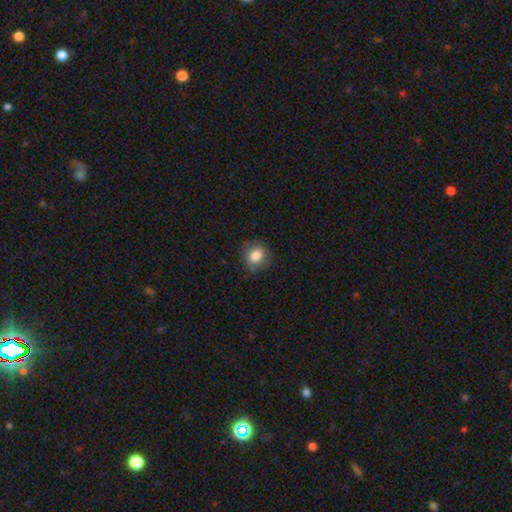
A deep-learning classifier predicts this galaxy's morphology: This appears to be a smooth galaxy with no disk features (82%) that is round (69%). Merging: none (78%).